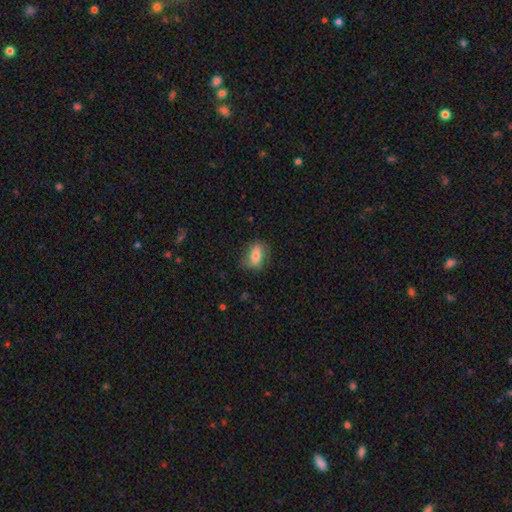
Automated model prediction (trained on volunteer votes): Smooth or featured: smooth — 71% (featured or disk — 21%)
How rounded: in between — 80% (round — 13%)
Merging: none — 76% (minor disturbance — 18%)